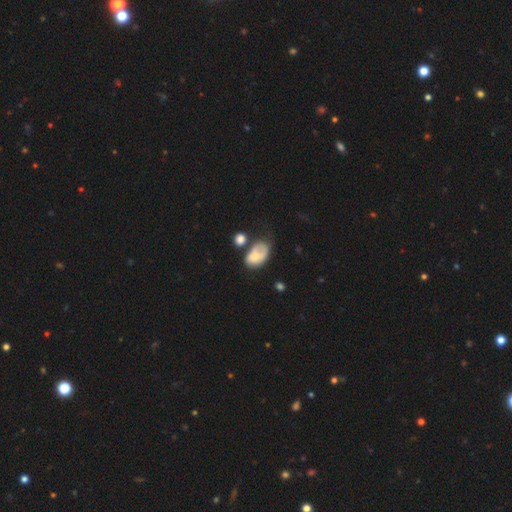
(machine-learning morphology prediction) Smooth or featured? Predicted: smooth (p=0.65). How rounded? Predicted: in between (p=0.85). Merging? Predicted: none (p=0.30).